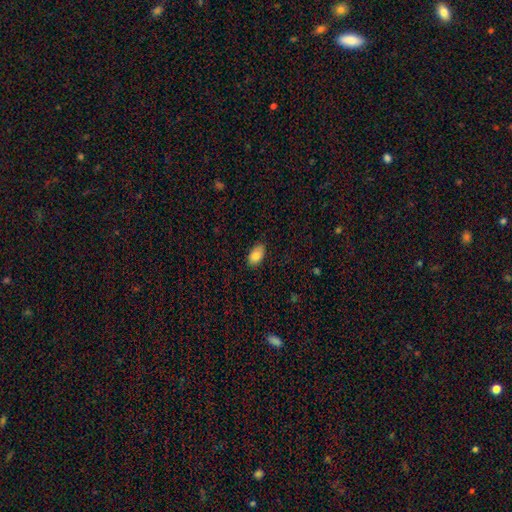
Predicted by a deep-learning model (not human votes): smooth_or_featured: smooth (p=0.85) [alt: featured or disk p=0.08]
how_rounded: in between (p=0.93) [alt: round p=0.05]
merging: none (p=0.83) [alt: minor disturbance p=0.14]